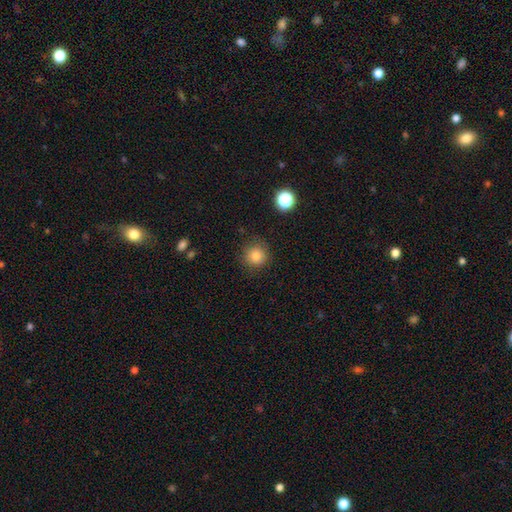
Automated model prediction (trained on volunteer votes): Smooth or featured? smooth (83%)
How rounded? round (93%)
Merging? none (86%)